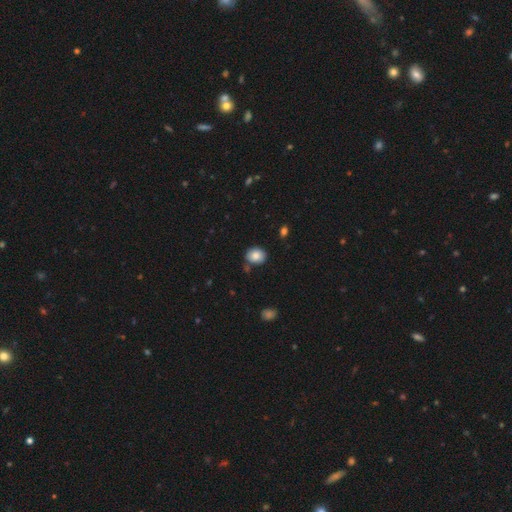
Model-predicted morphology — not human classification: Q: Smooth or featured?
A: smooth (84%); runner-up: star or artifact (9%)
Q: How rounded?
A: round (59%); runner-up: in between (40%)
Q: Merging?
A: none (77%); runner-up: minor disturbance (14%)